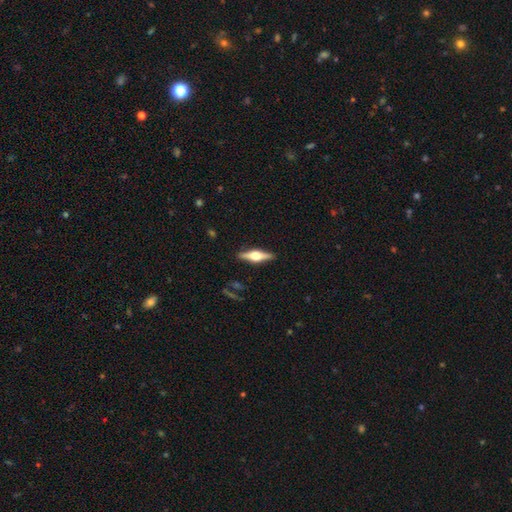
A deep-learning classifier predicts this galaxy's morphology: A featured or disk galaxy (71%) viewed edge-on (97%) with a rounded central bulge (95%). Merging: none (90%).